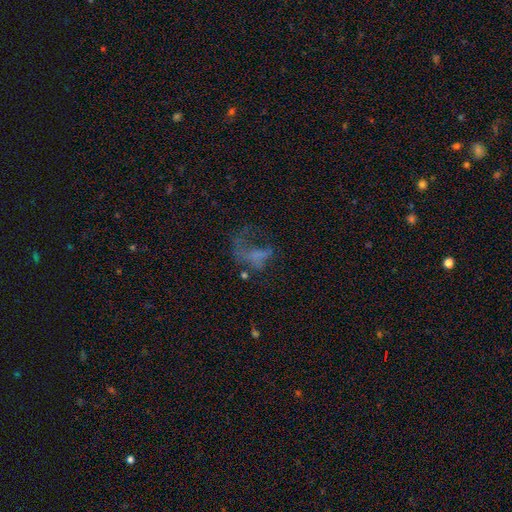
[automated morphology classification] Smooth or featured: featured or disk — 41% (smooth — 34%)
Merging: major disturbance — 55% (none — 26%)